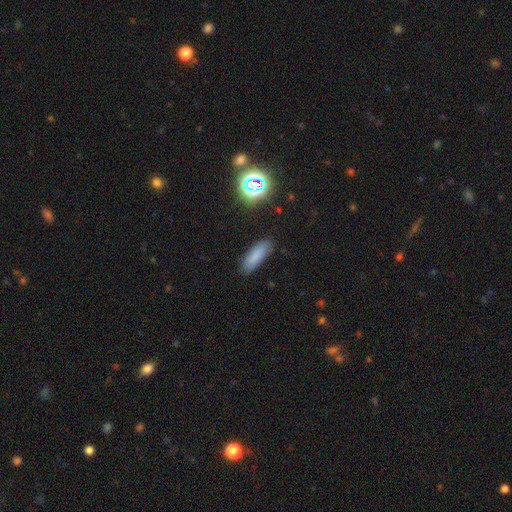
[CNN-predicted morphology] smooth_or_featured: smooth (p=0.82) [alt: star or artifact p=0.11]
how_rounded: in between (p=0.51) [alt: cigar-shaped p=0.47]
merging: none (p=0.86) [alt: minor disturbance p=0.10]